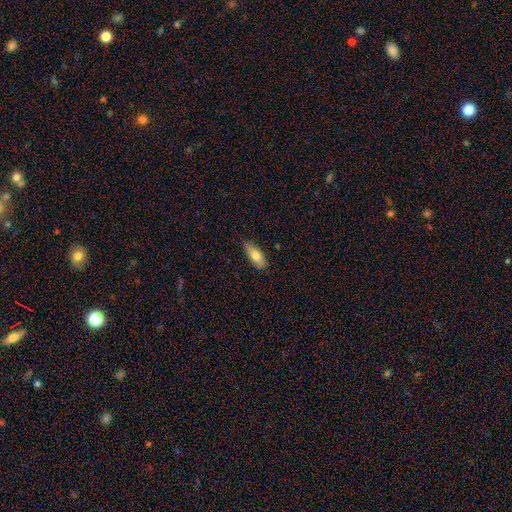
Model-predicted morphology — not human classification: This appears to be a smooth galaxy with no disk features (72%) that is in between round and cigar-shaped (76%). Merging: none (79%).